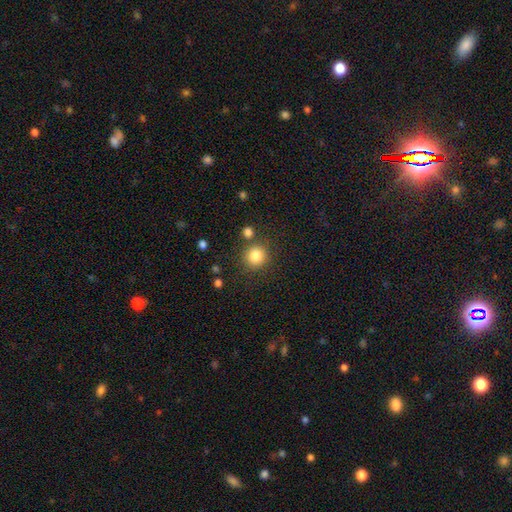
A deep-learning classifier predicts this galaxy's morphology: Q: Smooth or featured?
A: smooth (84%); runner-up: star or artifact (10%)
Q: How rounded?
A: round (91%); runner-up: in between (8%)
Q: Merging?
A: none (82%); runner-up: minor disturbance (8%)